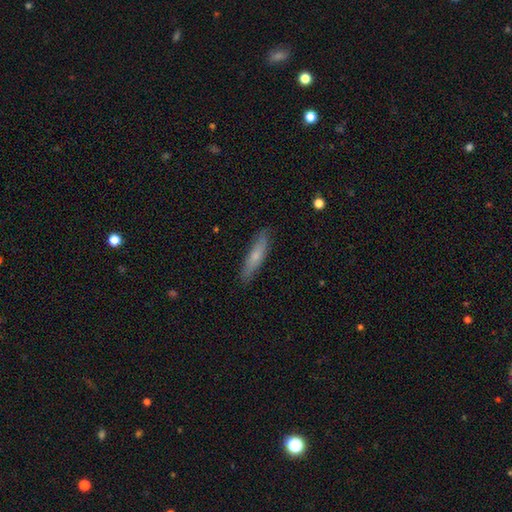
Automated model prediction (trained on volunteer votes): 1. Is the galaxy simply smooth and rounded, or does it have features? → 63% smooth, 30% featured or disk, 6% star or artifact.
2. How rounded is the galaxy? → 83% cigar-shaped, 15% in between, 2% round.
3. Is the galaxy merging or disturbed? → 86% none, 11% minor disturbance, 2% major disturbance, 1% merger.